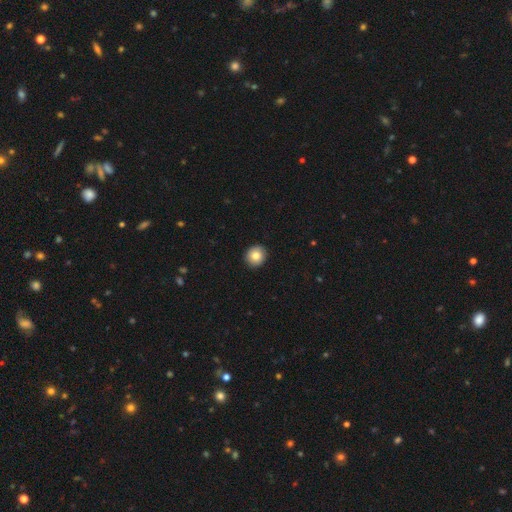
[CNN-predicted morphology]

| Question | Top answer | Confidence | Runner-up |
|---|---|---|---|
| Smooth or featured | smooth | 82% | featured or disk (10%) |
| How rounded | round | 89% | in between (10%) |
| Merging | none | 92% | minor disturbance (5%) |